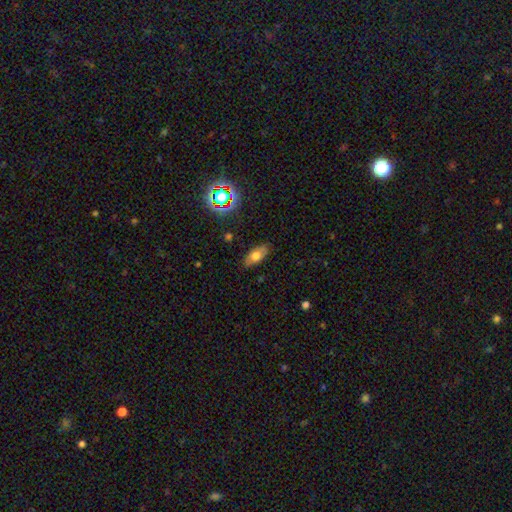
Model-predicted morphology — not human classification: This is likely a smooth galaxy (66%). How rounded: clearly in between (86%). Merging: clearly none (83%).